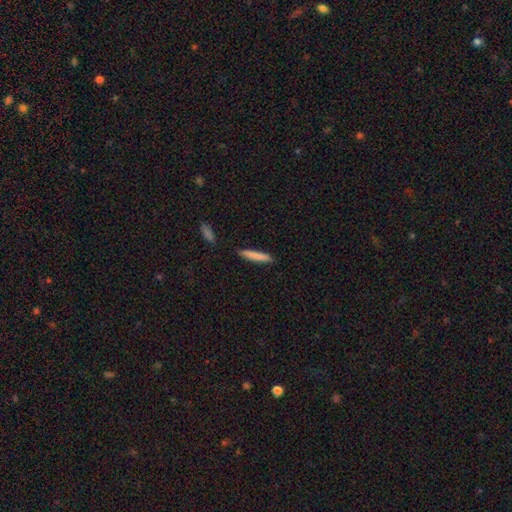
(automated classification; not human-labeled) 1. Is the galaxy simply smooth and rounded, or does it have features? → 82% smooth, 12% featured or disk, 6% star or artifact.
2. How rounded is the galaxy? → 92% cigar-shaped, 7% in between, 1% round.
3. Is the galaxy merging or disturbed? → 87% none, 9% minor disturbance, 2% merger, 2% major disturbance.